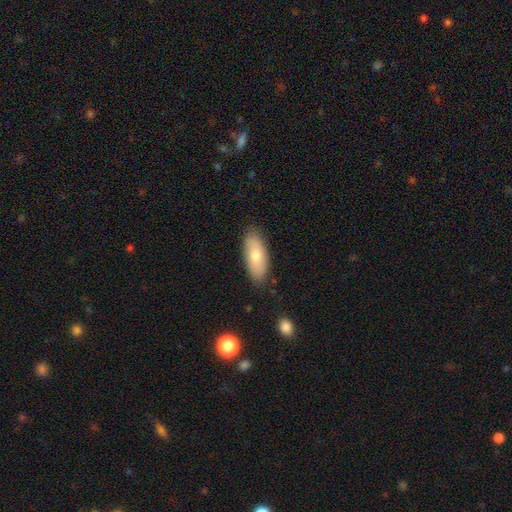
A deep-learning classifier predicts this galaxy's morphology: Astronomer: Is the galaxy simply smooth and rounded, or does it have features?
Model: smooth — 72%.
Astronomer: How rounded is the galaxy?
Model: in between — 82%.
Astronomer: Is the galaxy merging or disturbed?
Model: none — 84%.